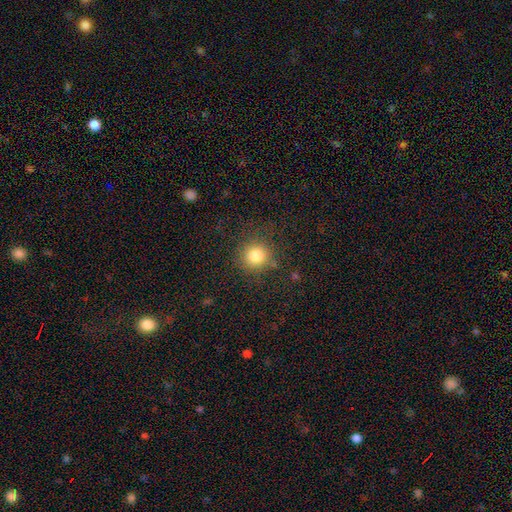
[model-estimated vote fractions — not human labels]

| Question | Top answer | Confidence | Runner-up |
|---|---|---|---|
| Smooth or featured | smooth | 82% | star or artifact (12%) |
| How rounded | round | 92% | in between (7%) |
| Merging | none | 84% | minor disturbance (9%) |